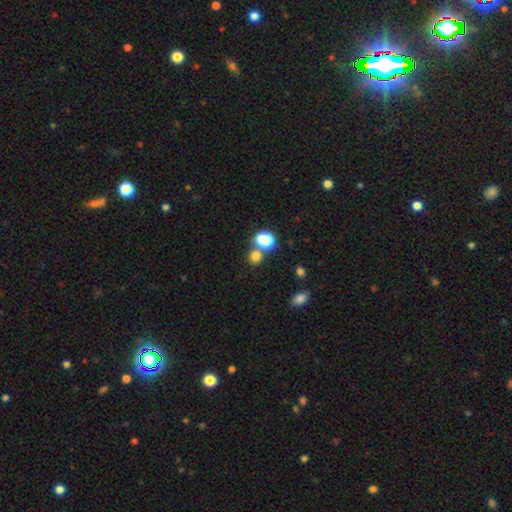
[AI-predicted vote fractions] smooth_or_featured: smooth (p=0.76) [alt: star or artifact p=0.18]
how_rounded: round (p=0.76) [alt: in between p=0.23]
merging: none (p=0.58) [alt: merger p=0.30]